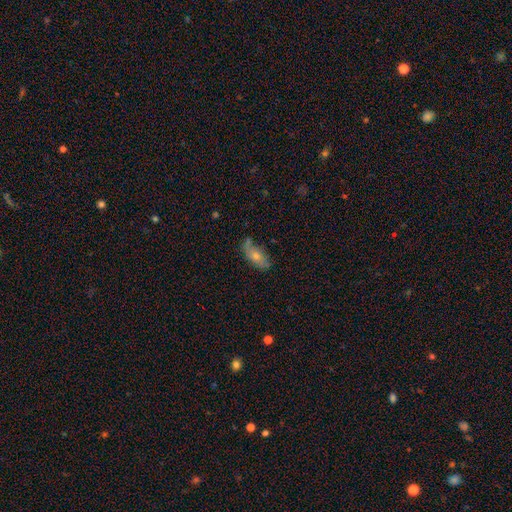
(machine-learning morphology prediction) The model was most divided on "smooth or featured": smooth: 63%, featured or disk: 30%, star or artifact: 7%. More confident: how rounded — in between (83%); merging — none (62%).